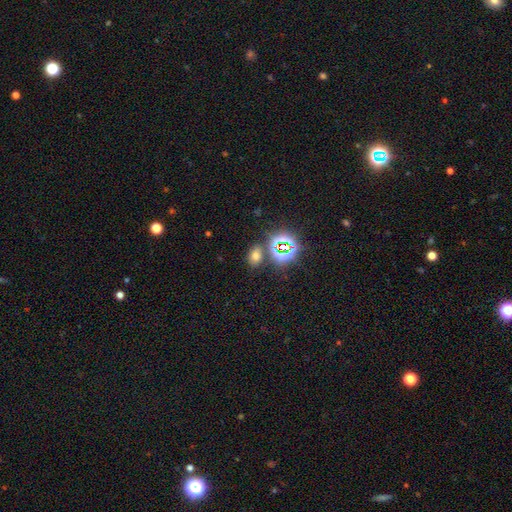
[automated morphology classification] A smooth galaxy with no disk features (57%) that is in between round and cigar-shaped (73%). Merging: none (76%).